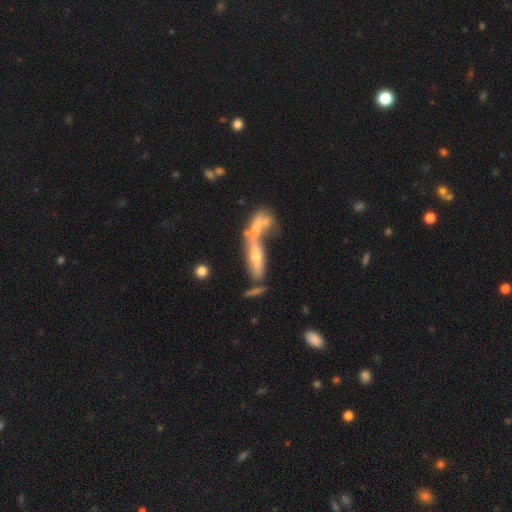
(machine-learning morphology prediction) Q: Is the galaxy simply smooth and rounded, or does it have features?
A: featured or disk — 56%.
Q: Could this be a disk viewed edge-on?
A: yes — 55%.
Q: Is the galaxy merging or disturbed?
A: merger — 52%.